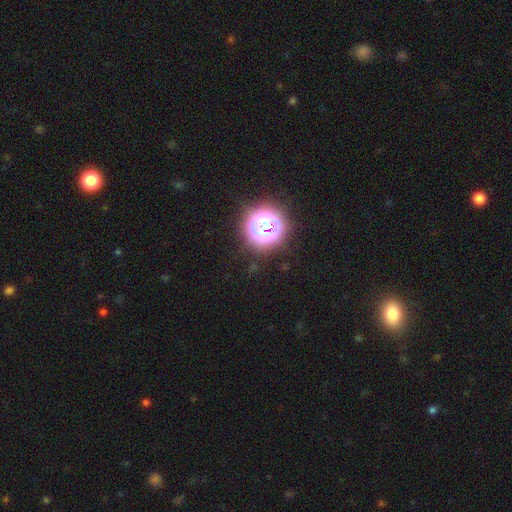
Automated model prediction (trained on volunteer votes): Q: Smooth or featured?
A: star or artifact (77%); runner-up: smooth (17%)